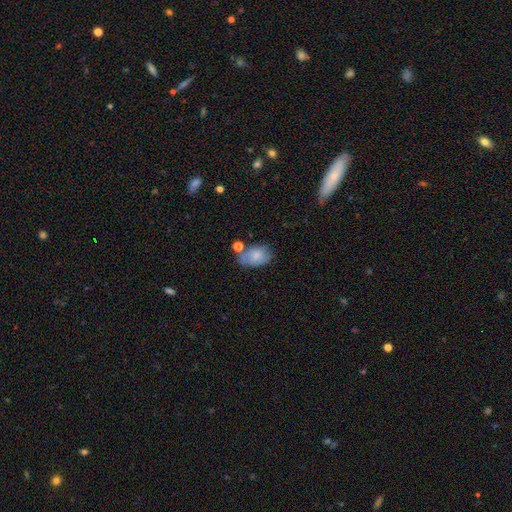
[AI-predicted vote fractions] smooth-or-featured: smooth: 67% | featured or disk: 24% | star or artifact: 8%
  how-rounded: in between: 86% | round: 13% | cigar-shaped: 2%
  merging: none: 52% | minor disturbance: 25% | merger: 14% | major disturbance: 9%